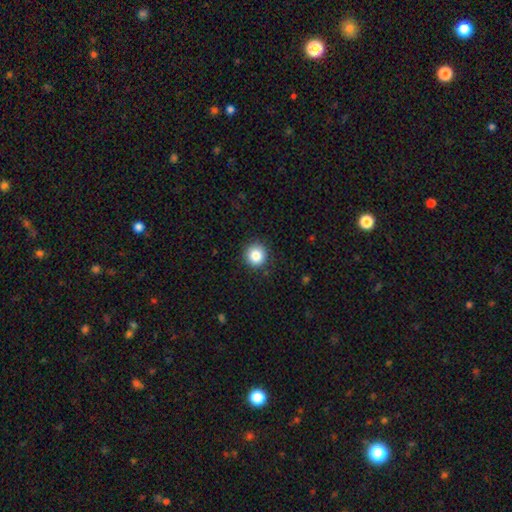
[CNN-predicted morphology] This is clearly a smooth galaxy (84%). How rounded: clearly round (93%). Merging: clearly none (91%).